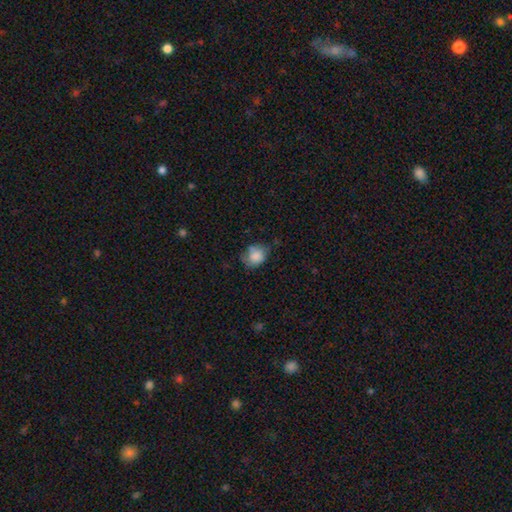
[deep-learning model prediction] This is clearly a smooth galaxy (82%). How rounded: possibly round (57%). Merging: possibly none (53%).